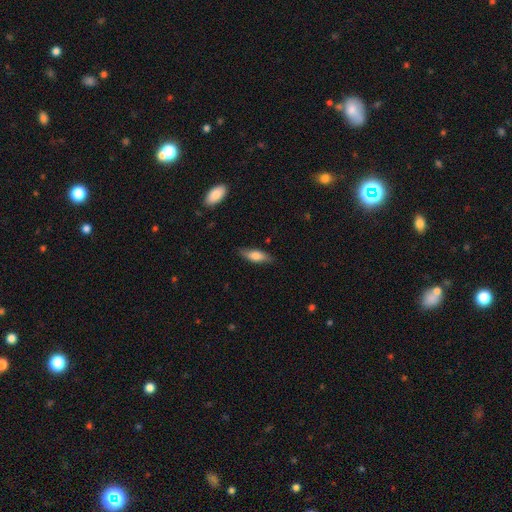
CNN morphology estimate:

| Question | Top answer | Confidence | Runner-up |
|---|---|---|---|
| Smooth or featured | smooth | 67% | featured or disk (27%) |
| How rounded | in between | 57% | cigar-shaped (40%) |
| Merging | none | 79% | minor disturbance (17%) |